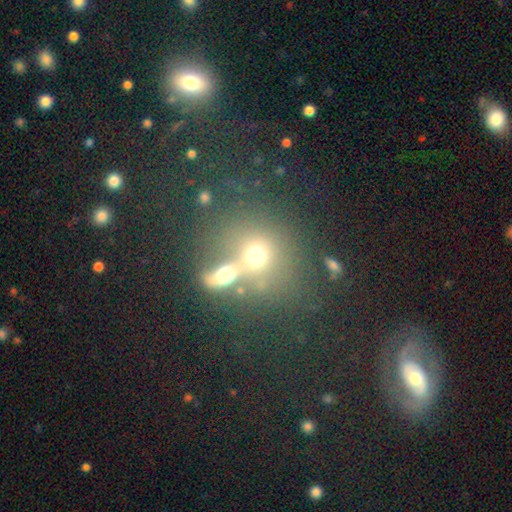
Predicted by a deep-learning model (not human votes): Overall: smooth (57%; star or artifact 21%). How rounded: round (71%). Merging: merger (48%; none 36%).